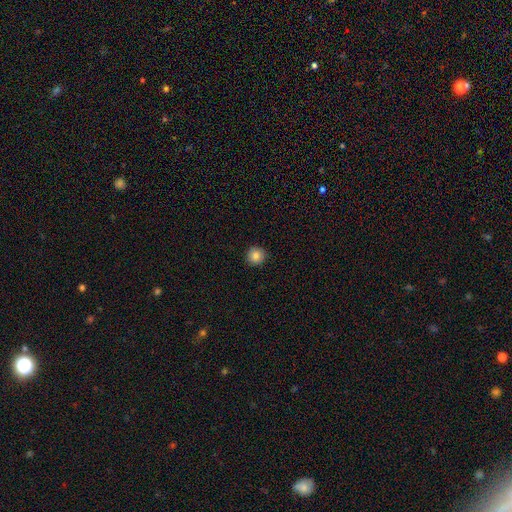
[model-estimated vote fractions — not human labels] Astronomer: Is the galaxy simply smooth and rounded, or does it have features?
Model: smooth — 84%.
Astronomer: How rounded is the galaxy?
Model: round — 94%.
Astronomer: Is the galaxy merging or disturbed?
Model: none — 92%.